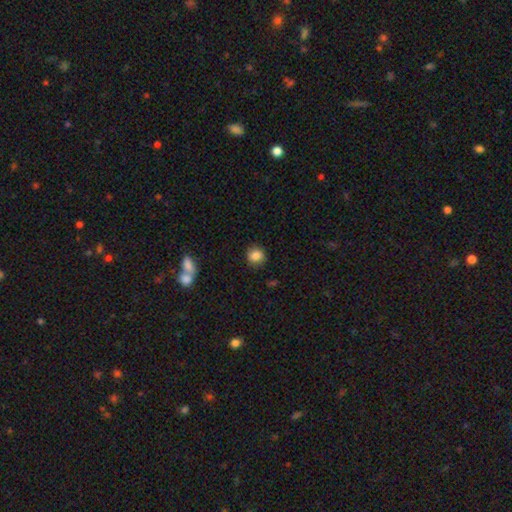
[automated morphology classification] Smooth or featured: smooth — 84% (star or artifact — 9%)
How rounded: round — 81% (in between — 18%)
Merging: none — 84% (minor disturbance — 11%)